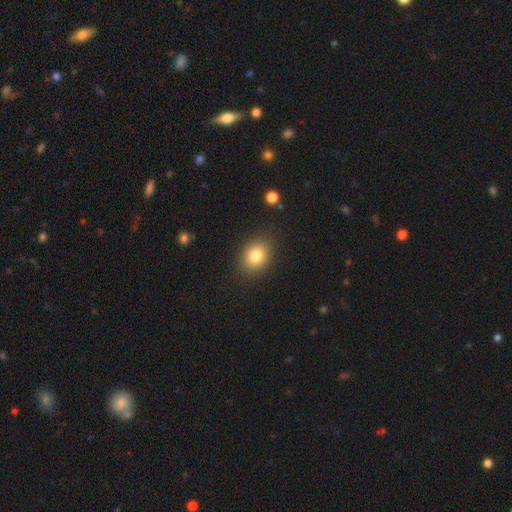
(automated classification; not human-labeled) Q: Smooth or featured?
A: smooth (83%); runner-up: star or artifact (10%)
Q: How rounded?
A: in between (63%); runner-up: round (36%)
Q: Merging?
A: none (86%); runner-up: minor disturbance (10%)